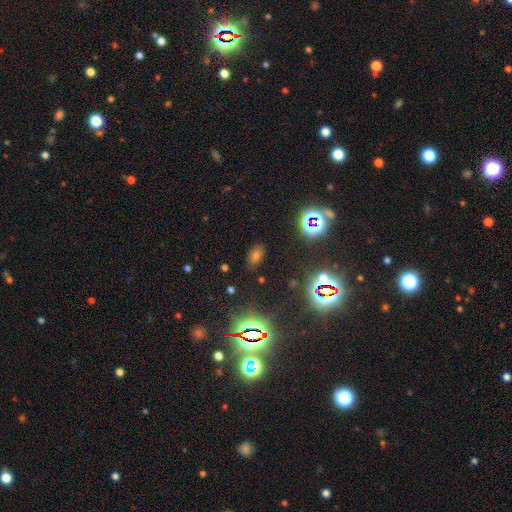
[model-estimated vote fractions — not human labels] Morphology: type=star or artifact (48%).